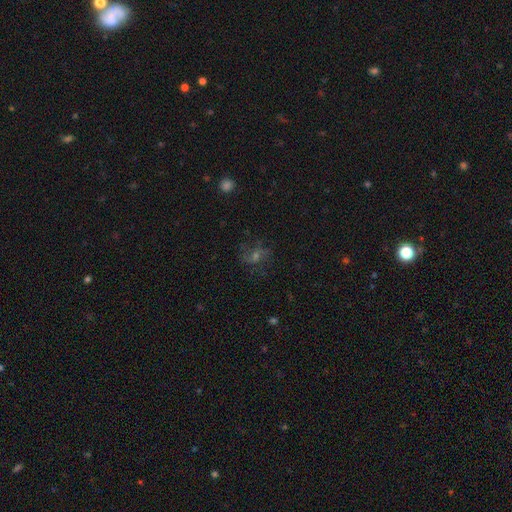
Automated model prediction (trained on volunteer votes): A featured or disk galaxy (43%).

Vote fractions:
- Smooth or featured? featured or disk: 43% / star or artifact: 29% / smooth: 27%
- Merging? none: 70% / minor disturbance: 16% / major disturbance: 12% / merger: 2%